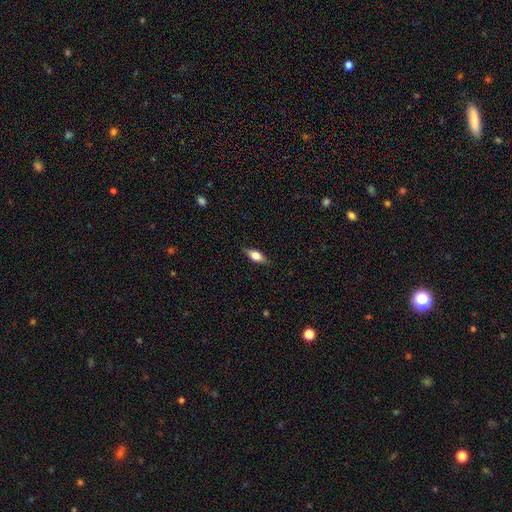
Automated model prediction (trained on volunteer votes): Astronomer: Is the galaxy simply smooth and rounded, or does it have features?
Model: smooth — 56% (runner-up: featured or disk, 36%).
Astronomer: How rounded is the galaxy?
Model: in between — 70%.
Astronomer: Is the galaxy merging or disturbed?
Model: none — 86%.